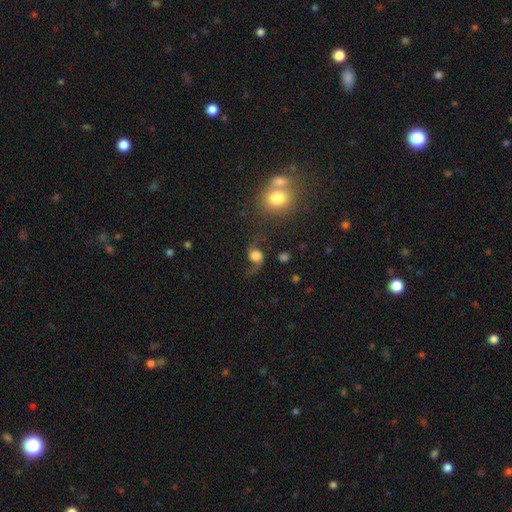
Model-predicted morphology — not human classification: A featured or disk galaxy (52%). Merging: none (50%).